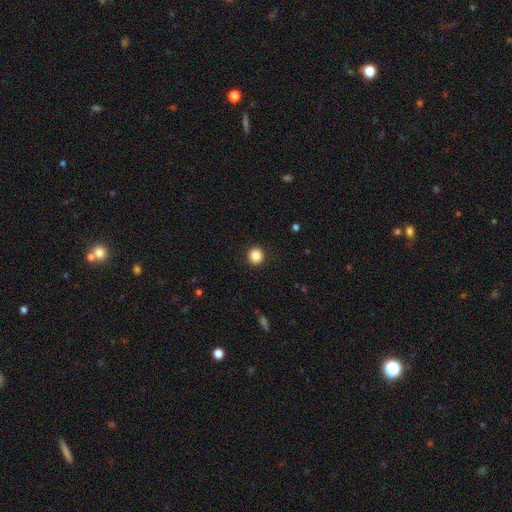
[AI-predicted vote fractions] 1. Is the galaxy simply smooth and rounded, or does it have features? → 86% smooth, 10% star or artifact, 4% featured or disk.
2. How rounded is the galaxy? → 93% round, 6% in between, 1% cigar-shaped.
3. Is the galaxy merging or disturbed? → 92% none, 5% minor disturbance, 2% major disturbance, 1% merger.